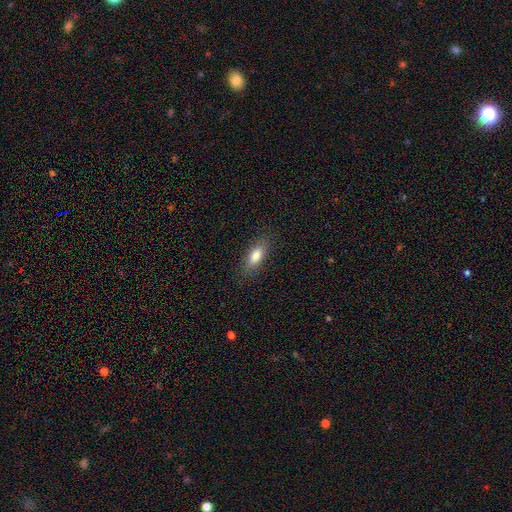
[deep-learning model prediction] Smooth or featured?
  - smooth: 80% *
  - featured or disk: 12%
  - star or artifact: 7%
How rounded?
  - in between: 70% *
  - cigar-shaped: 27%
  - round: 3%
Merging?
  - none: 84% *
  - minor disturbance: 11%
  - major disturbance: 3%
  - merger: 1%